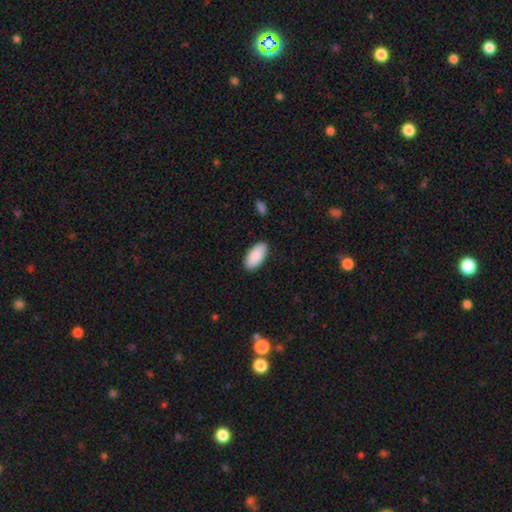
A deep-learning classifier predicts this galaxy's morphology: smooth 90%, star or artifact 5%, featured or disk 4%. Down the decision tree: how rounded — in between (92%); merging — none (89%).